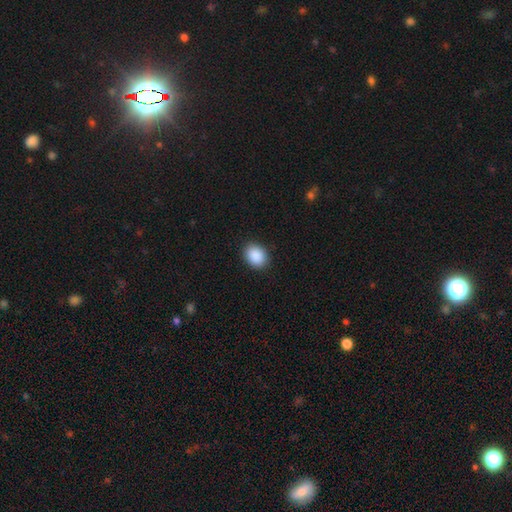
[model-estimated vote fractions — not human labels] smooth 90%, star or artifact 7%, featured or disk 2%. Down the decision tree: how rounded — in between (58%); merging — none (90%).